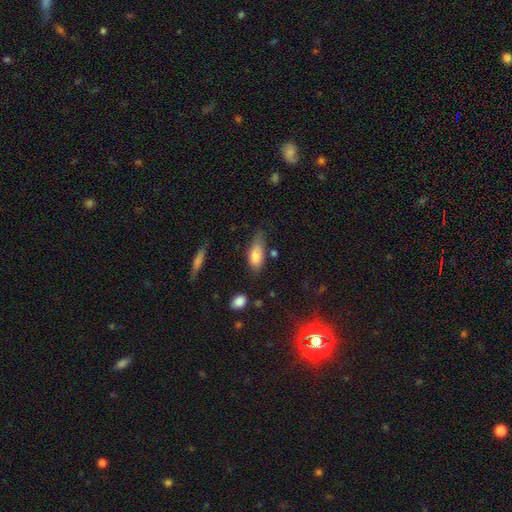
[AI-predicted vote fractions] The model was most divided on "merging": none: 49%, minor disturbance: 35%, major disturbance: 10%, merger: 5%. More confident: smooth or featured — smooth (80%); how rounded — in between (76%).